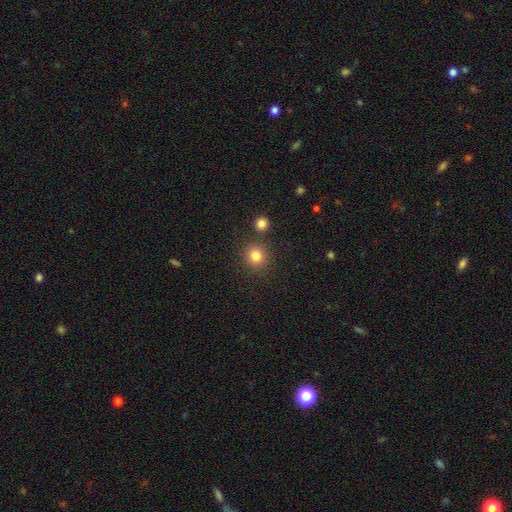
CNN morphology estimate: Smooth or featured?
  - smooth: 82% *
  - star or artifact: 12%
  - featured or disk: 5%
How rounded?
  - round: 87% *
  - in between: 12%
  - cigar-shaped: 1%
Merging?
  - none: 83% *
  - minor disturbance: 8%
  - merger: 7%
  - major disturbance: 3%